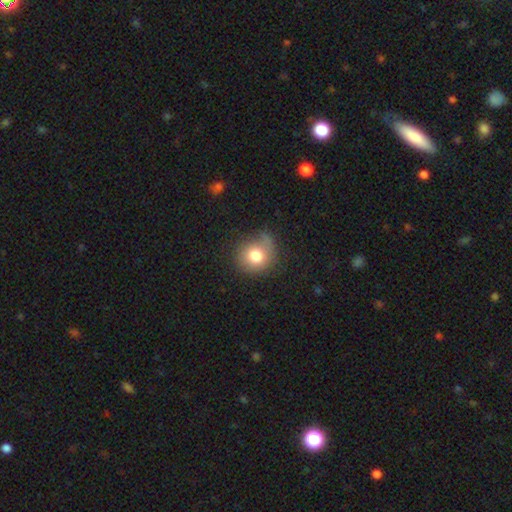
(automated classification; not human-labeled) This is likely a smooth galaxy (77%). How rounded: clearly round (85%). Merging: likely none (62%).